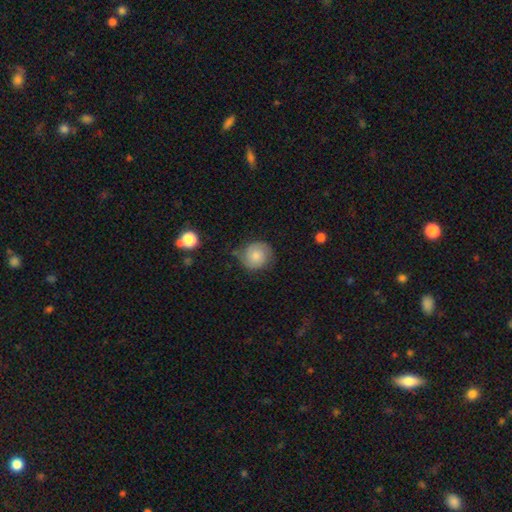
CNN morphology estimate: This is possibly a smooth galaxy (52%). How rounded: clearly round (87%). Merging: likely none (68%).